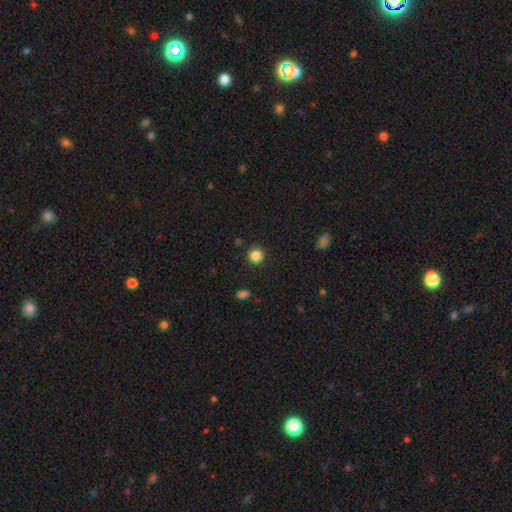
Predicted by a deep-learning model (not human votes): Morphology: type=smooth (85%); roundness=round (94%); merging=none (91%).